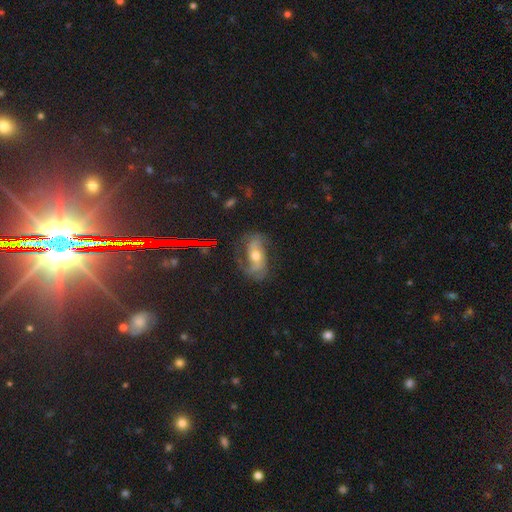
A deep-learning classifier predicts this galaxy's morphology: This appears to be a featured or disk galaxy (70%) with no bar (47%), 2 (77%) medium (43%) spiral arms (88%) and a moderate central bulge (68%). Merging: none (64%).